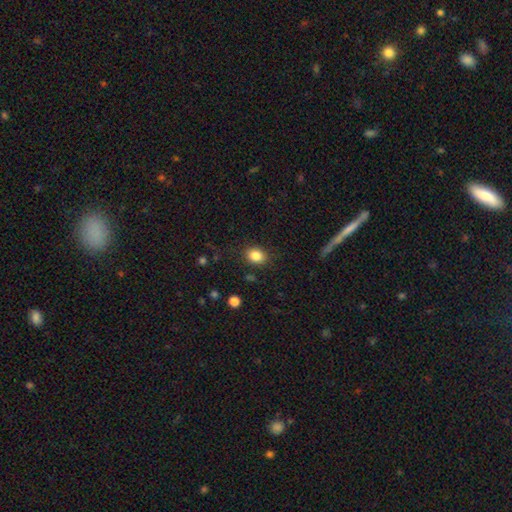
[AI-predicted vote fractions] Smooth or featured?
  - smooth: 85% *
  - star or artifact: 10%
  - featured or disk: 5%
How rounded?
  - in between: 50% *
  - round: 49%
  - cigar-shaped: 1%
Merging?
  - none: 85% *
  - minor disturbance: 10%
  - major disturbance: 3%
  - merger: 2%